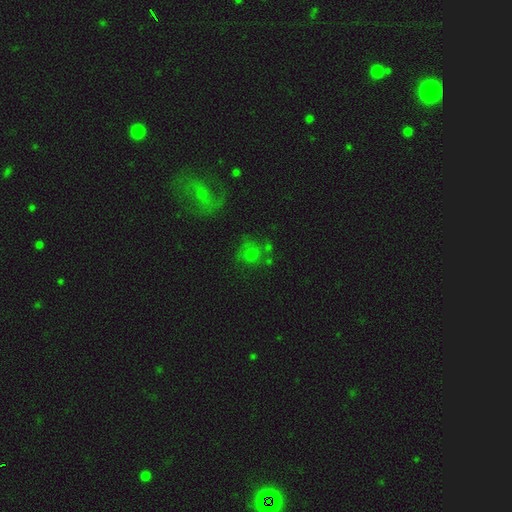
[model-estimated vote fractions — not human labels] The model was most divided on "smooth or featured": smooth: 44%, featured or disk: 29%, star or artifact: 28%. More confident: merging — none (63%).